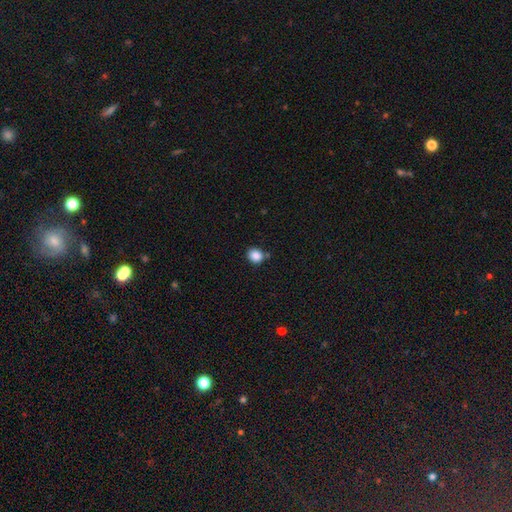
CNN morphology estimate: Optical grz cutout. It shows a smooth galaxy with no disk features (87%) that is round (70%). Merging: none (78%).